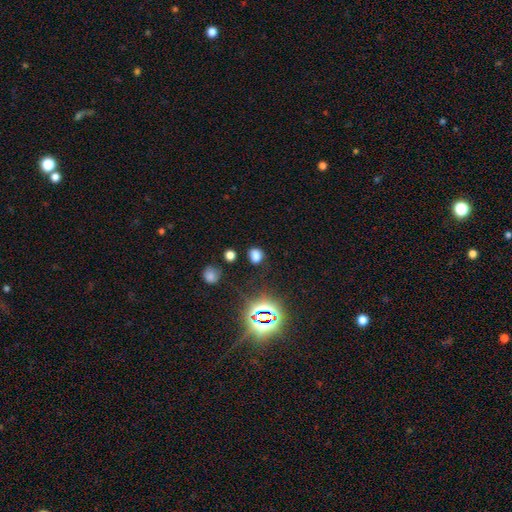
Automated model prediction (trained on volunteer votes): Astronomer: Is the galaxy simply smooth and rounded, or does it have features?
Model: smooth — 65%.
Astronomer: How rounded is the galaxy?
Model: in between — 52% (runner-up: round, 47%).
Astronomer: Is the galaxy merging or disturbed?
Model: none — 75%.